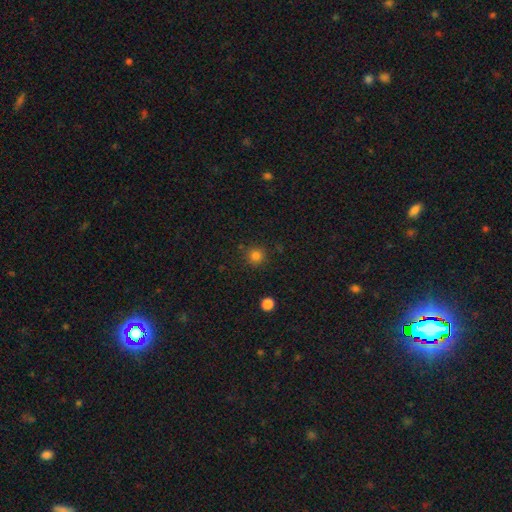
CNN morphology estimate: type=smooth (82%); roundness=round (94%); merging=none (87%).